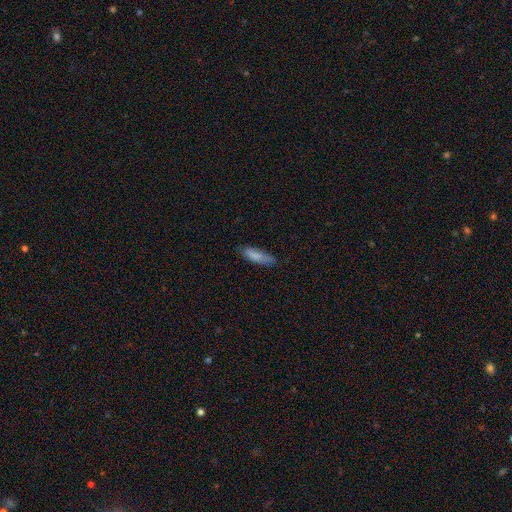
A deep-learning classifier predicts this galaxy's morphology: smooth_or_featured: smooth (p=0.82) [alt: featured or disk p=0.12]
how_rounded: cigar-shaped (p=0.56) [alt: in between p=0.43]
merging: none (p=0.75) [alt: minor disturbance p=0.20]